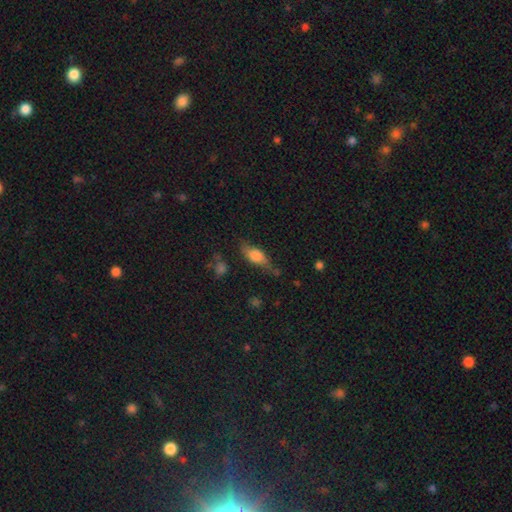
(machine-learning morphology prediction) Smooth or featured? smooth (65%)
How rounded? in between (72%)
Merging? none (57%)